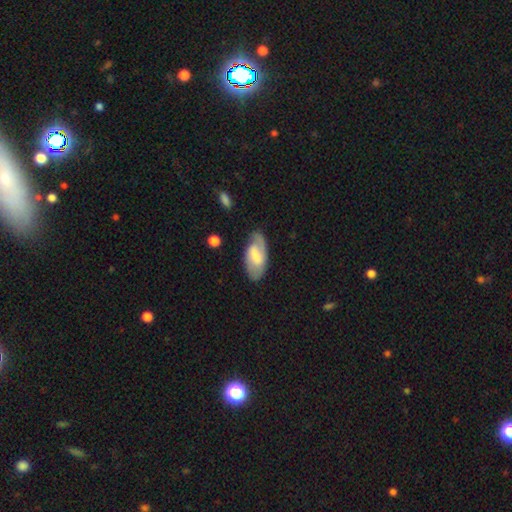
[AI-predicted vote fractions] featured or disk 58%, smooth 36%, star or artifact 6%. Down the decision tree: edge-on disk — no (93%); bar — weak (50%); spiral arms — yes (82%); bulge size — moderate (37%); merging — none (72%).